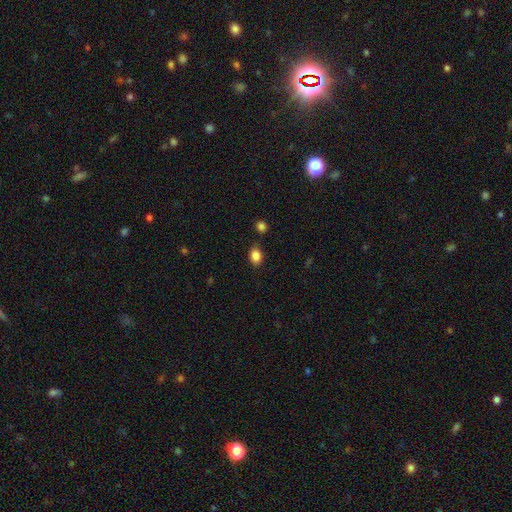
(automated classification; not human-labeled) Overall: smooth (86%). How rounded: in between (76%). Merging: none (81%).